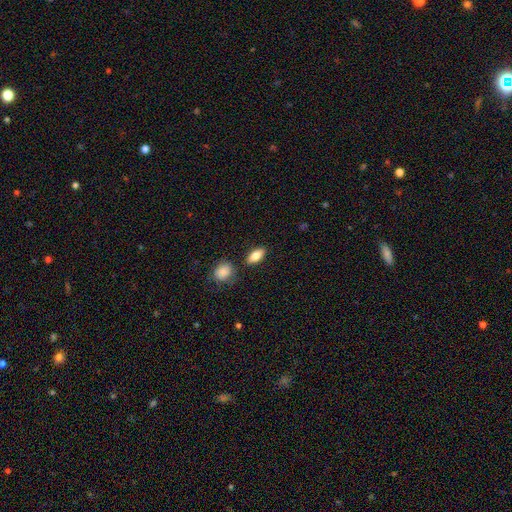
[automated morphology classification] Smooth or featured?
  - smooth: 80% *
  - featured or disk: 13%
  - star or artifact: 7%
How rounded?
  - in between: 85% *
  - cigar-shaped: 11%
  - round: 4%
Merging?
  - none: 84% *
  - minor disturbance: 10%
  - merger: 4%
  - major disturbance: 3%